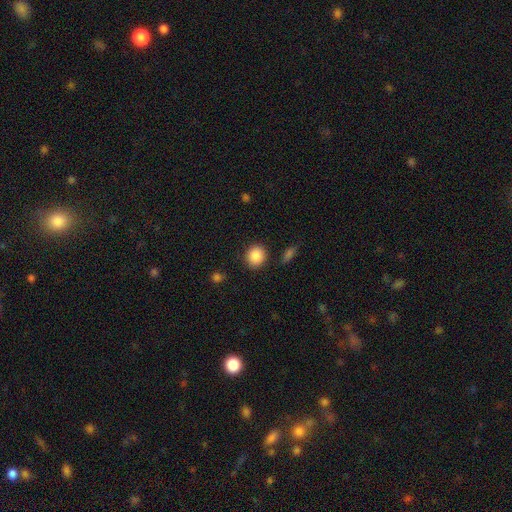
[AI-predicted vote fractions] smooth-or-featured: smooth: 88% | star or artifact: 8% | featured or disk: 4%
  how-rounded: round: 84% | in between: 15% | cigar-shaped: 1%
  merging: none: 87% | minor disturbance: 8% | major disturbance: 3% | merger: 2%